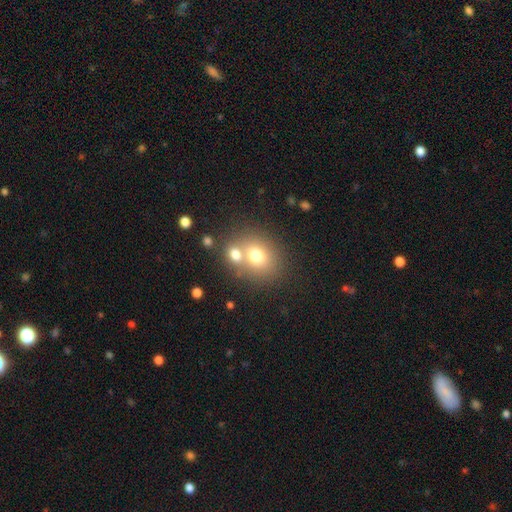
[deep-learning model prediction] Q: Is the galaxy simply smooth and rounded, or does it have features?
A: smooth — 72%.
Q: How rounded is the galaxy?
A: round — 62%.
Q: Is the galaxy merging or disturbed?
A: none — 47%.